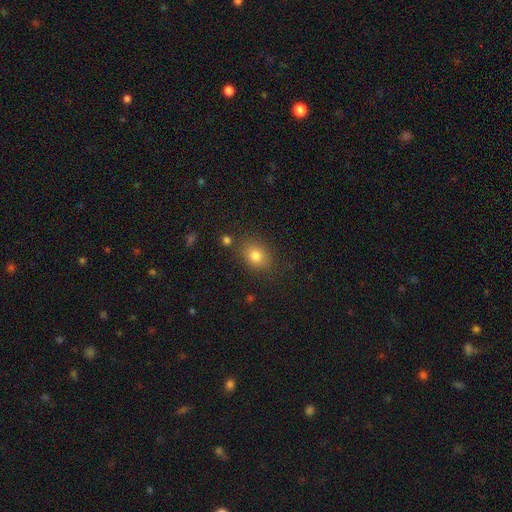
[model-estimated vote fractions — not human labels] This is likely a smooth galaxy (79%). How rounded: possibly in between (54%). Merging: clearly none (81%).